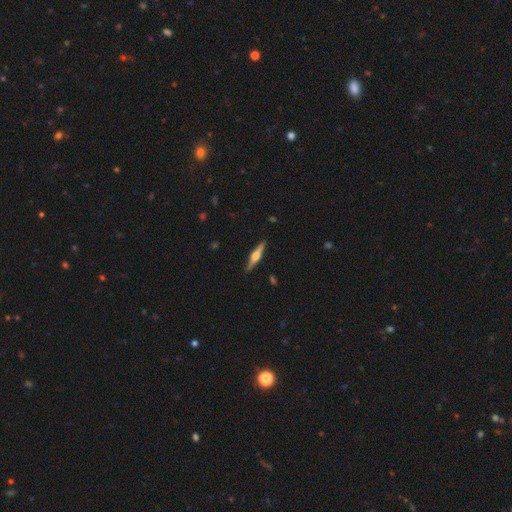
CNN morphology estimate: This appears to be a featured or disk galaxy (71%) viewed edge-on (98%) with a rounded central bulge (91%). Merging: none (90%).